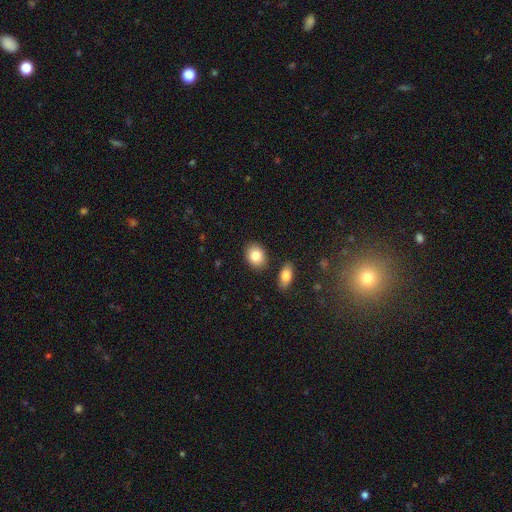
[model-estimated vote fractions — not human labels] Q: Smooth or featured?
A: smooth (85%); runner-up: featured or disk (8%)
Q: How rounded?
A: in between (70%); runner-up: round (29%)
Q: Merging?
A: none (84%); runner-up: minor disturbance (9%)